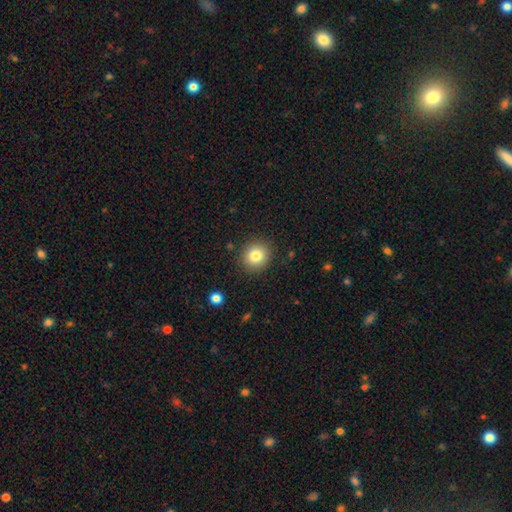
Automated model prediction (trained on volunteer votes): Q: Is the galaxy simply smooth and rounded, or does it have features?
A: smooth — 82%.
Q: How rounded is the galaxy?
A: round — 87%.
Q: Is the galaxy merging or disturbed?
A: none — 89%.